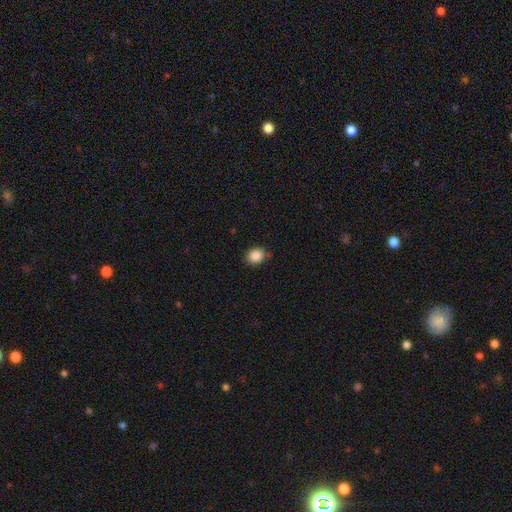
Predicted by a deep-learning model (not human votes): Overall: smooth (87%). How rounded: round (72%). Merging: none (77%).